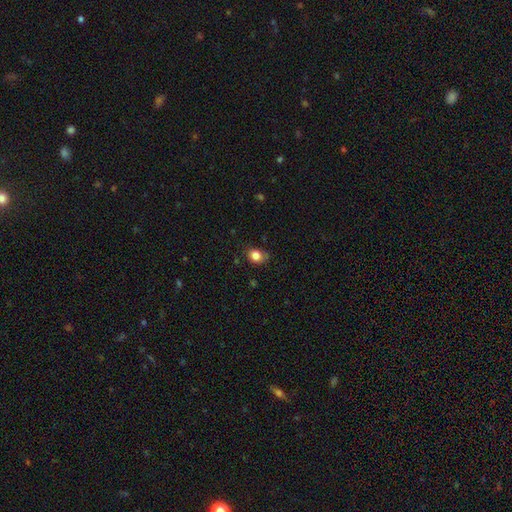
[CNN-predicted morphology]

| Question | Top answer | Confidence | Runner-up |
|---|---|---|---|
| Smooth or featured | smooth | 84% | star or artifact (10%) |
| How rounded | round | 50% | in between (49%) |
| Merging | none | 66% | minor disturbance (26%) |